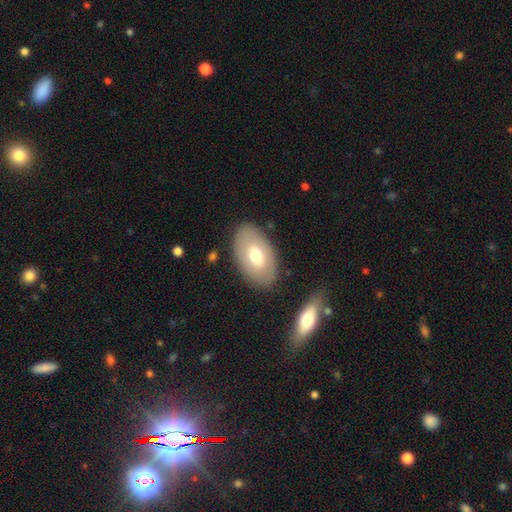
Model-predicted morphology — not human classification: A smooth galaxy with no disk features (62%) that is in between round and cigar-shaped (92%). Merging: none (84%).